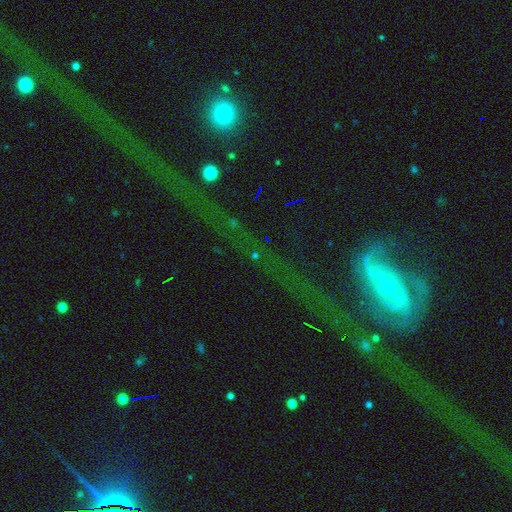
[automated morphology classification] Smooth or featured?
  - star or artifact: 65% *
  - featured or disk: 21%
  - smooth: 15%